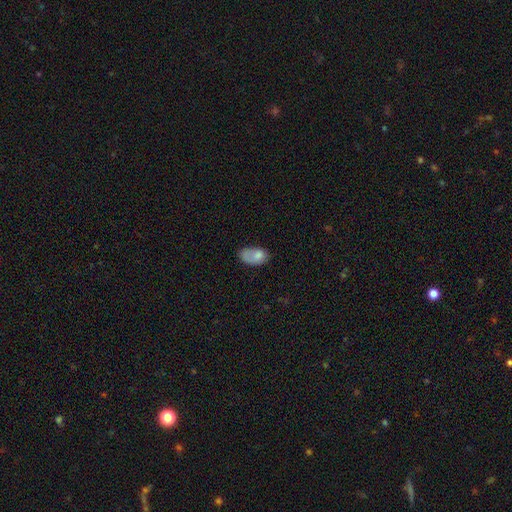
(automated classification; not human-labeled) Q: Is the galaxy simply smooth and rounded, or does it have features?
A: smooth — 75%.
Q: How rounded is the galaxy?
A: in between — 91%.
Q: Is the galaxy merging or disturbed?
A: none — 40%.